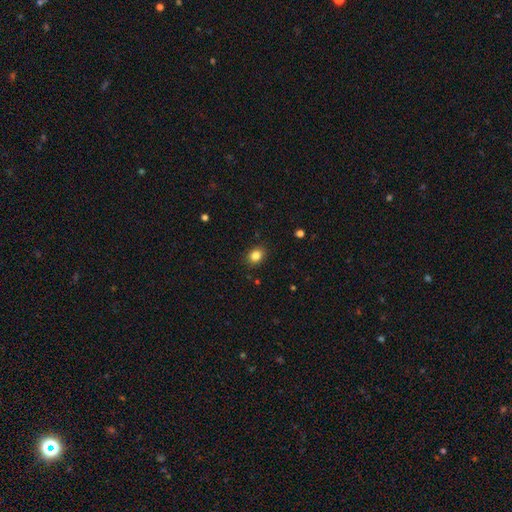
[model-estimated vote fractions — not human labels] Smooth or featured?
  - smooth: 84% *
  - star or artifact: 11%
  - featured or disk: 6%
How rounded?
  - in between: 50% *
  - round: 49%
  - cigar-shaped: 1%
Merging?
  - none: 88% *
  - minor disturbance: 8%
  - major disturbance: 2%
  - merger: 1%